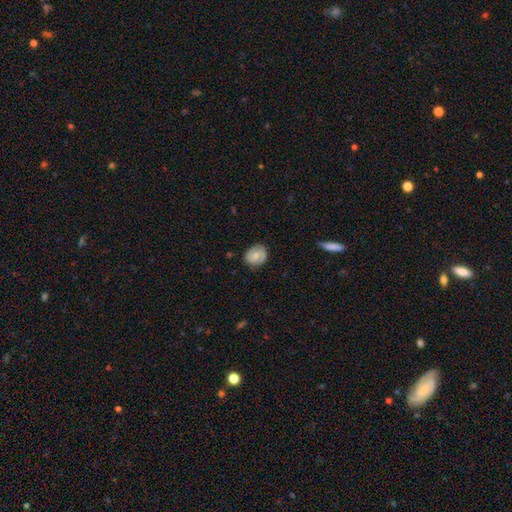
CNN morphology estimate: A smooth galaxy with no disk features (56%) that is round (62%). Merging: none (75%).